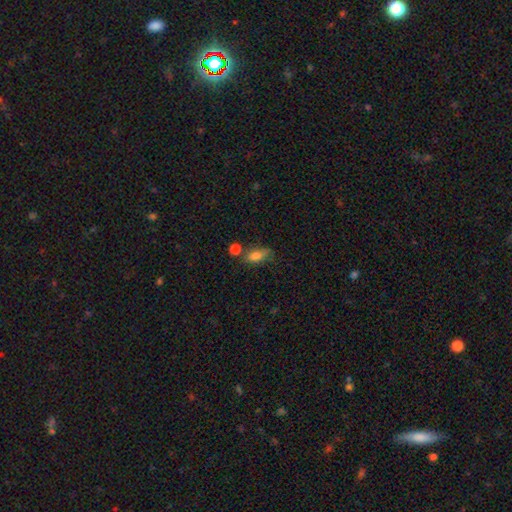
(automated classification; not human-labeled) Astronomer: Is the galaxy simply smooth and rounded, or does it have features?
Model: smooth — 77%.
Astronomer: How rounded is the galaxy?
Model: in between — 77%.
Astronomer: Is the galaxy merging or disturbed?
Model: none — 53%.